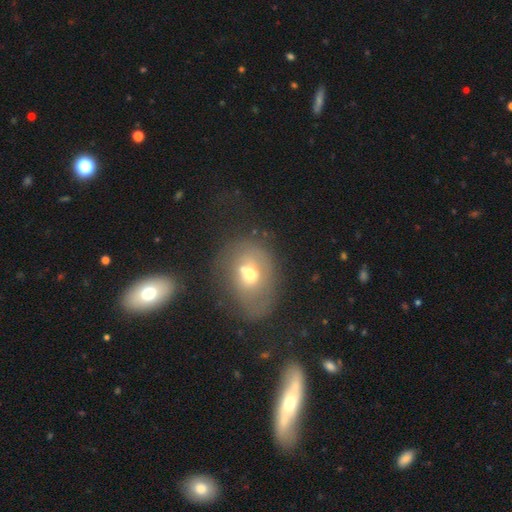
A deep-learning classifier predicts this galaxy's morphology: Smooth or featured? smooth (49%)
Merging? none (48%)